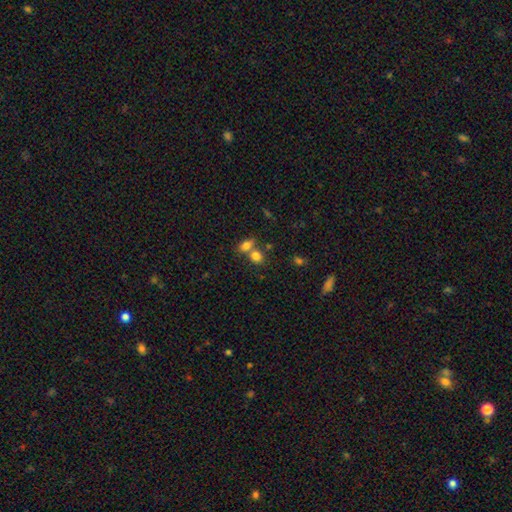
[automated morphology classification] Smooth or featured? smooth (79%)
How rounded? round (51%)
Merging? merger (48%)